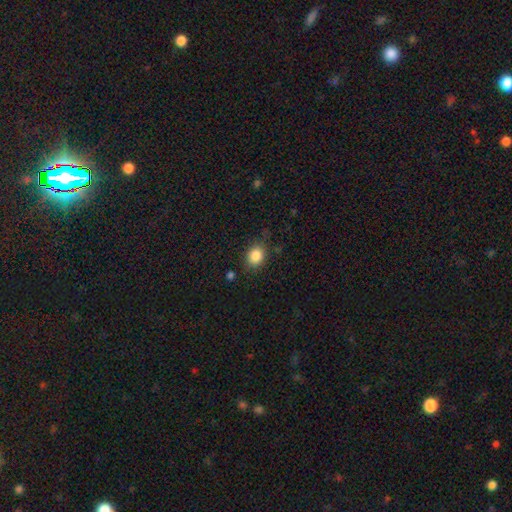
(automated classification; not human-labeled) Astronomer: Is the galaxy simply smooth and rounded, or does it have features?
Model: smooth — 86%.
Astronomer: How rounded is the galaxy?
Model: round — 54% (runner-up: in between, 45%).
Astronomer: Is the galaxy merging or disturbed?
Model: none — 78%.